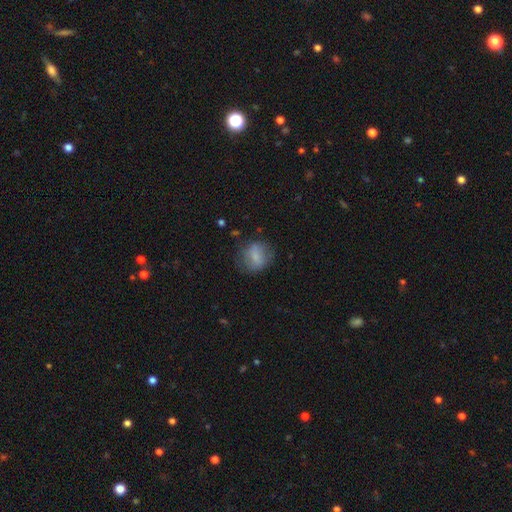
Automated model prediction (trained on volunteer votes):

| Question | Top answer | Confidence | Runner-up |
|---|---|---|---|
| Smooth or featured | smooth | 72% | featured or disk (19%) |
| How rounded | round | 64% | in between (34%) |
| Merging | none | 66% | minor disturbance (22%) |